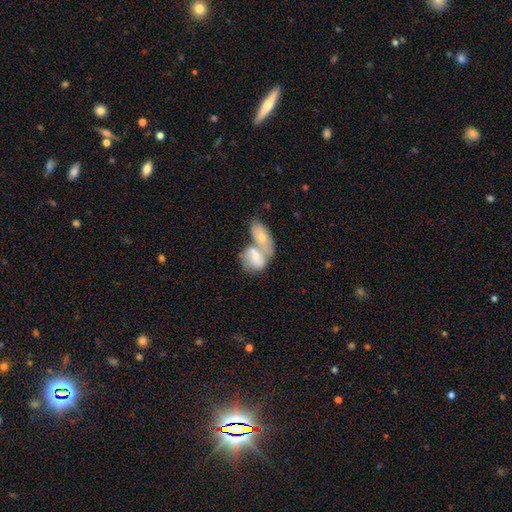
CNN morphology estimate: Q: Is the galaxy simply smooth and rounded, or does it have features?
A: smooth — 53%.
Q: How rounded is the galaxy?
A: in between — 73%.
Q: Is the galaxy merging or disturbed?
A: merger — 73%.